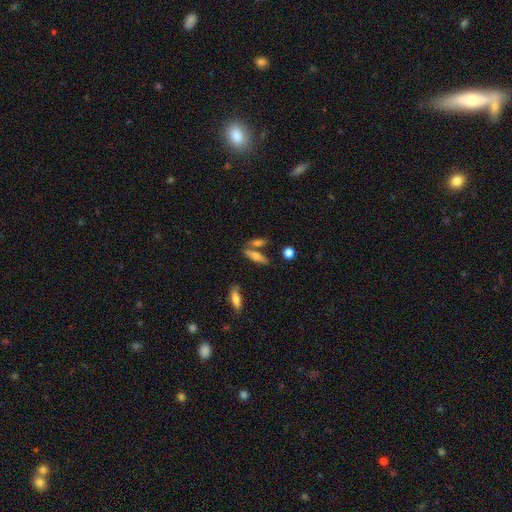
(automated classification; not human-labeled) Q: Smooth or featured?
A: smooth (58%); runner-up: featured or disk (33%)
Q: How rounded?
A: cigar-shaped (57%); runner-up: in between (39%)
Q: Merging?
A: none (60%); runner-up: merger (24%)